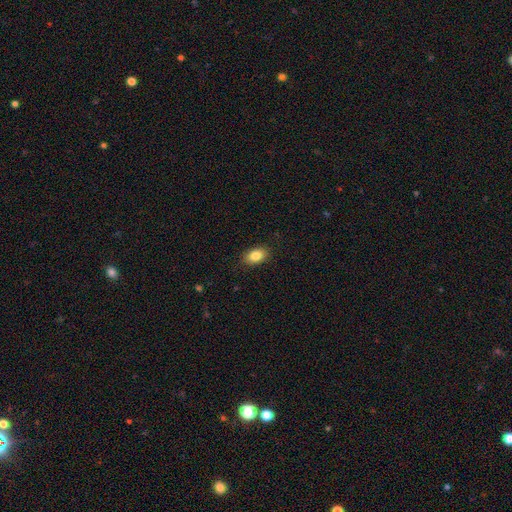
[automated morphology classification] Q: Smooth or featured?
A: smooth (85%); runner-up: star or artifact (8%)
Q: How rounded?
A: in between (87%); runner-up: round (11%)
Q: Merging?
A: none (87%); runner-up: minor disturbance (9%)